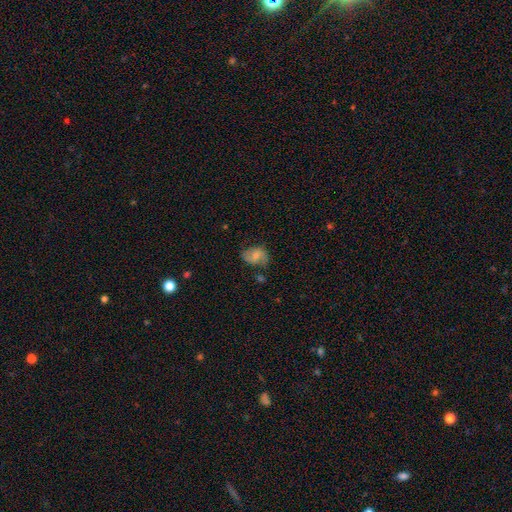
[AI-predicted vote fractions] A smooth galaxy with no disk features (48%). Merging: none (58%).